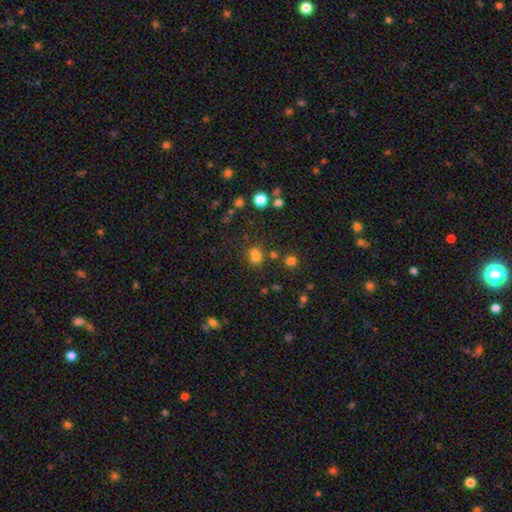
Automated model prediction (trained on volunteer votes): Overall: smooth (76%). How rounded: in between (59%; round 39%). Merging: none (67%).